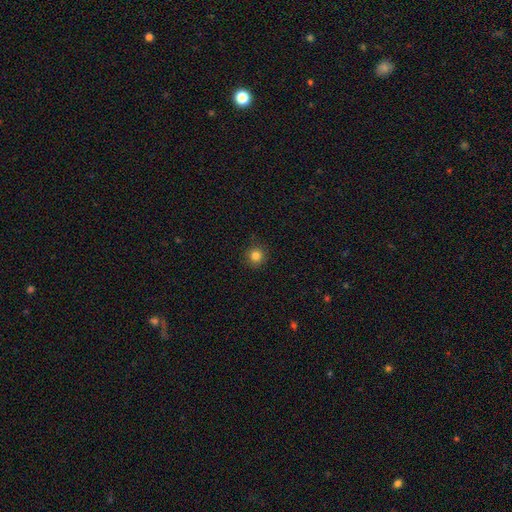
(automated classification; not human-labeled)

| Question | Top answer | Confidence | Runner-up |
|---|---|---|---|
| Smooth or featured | smooth | 83% | star or artifact (12%) |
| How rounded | round | 94% | in between (5%) |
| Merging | none | 91% | minor disturbance (6%) |